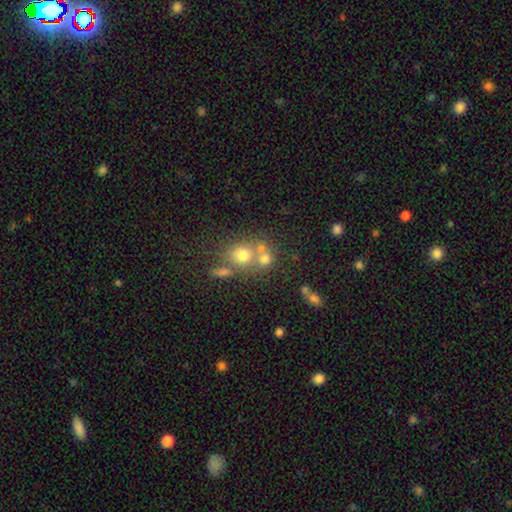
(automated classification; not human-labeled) Smooth or featured: smooth — 57% (star or artifact — 22%)
How rounded: round — 77% (in between — 22%)
Merging: merger — 47% (none — 41%)